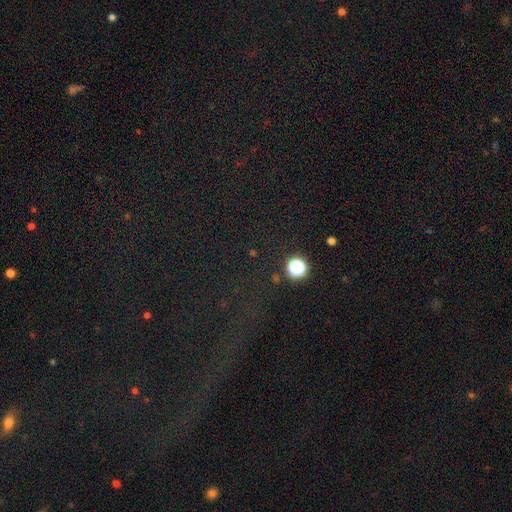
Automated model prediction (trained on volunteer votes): A star or artifact, not a galaxy (80%).